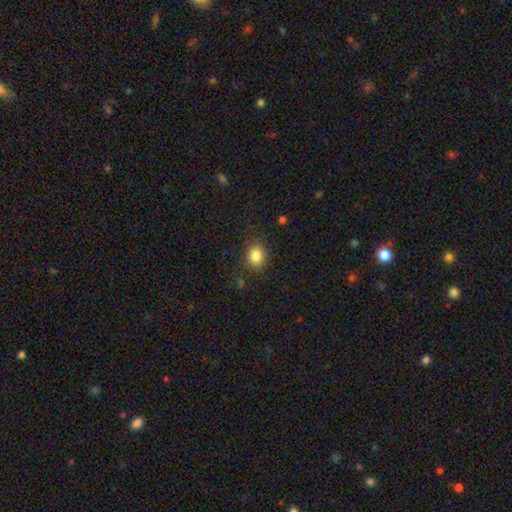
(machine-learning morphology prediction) Smooth or featured? smooth (85%)
How rounded? round (62%)
Merging? none (84%)